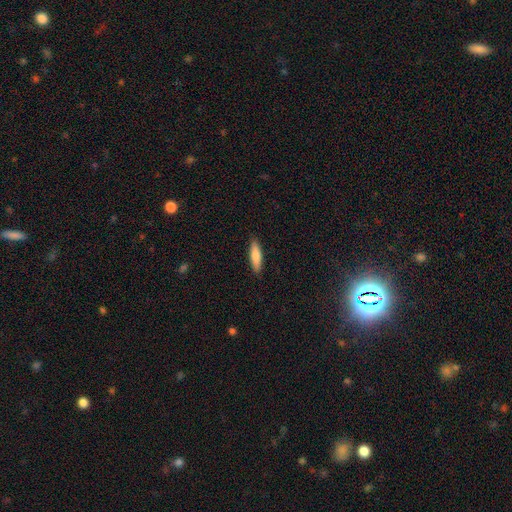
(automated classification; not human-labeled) The model was most divided on "how rounded": cigar-shaped: 66%, in between: 33%, round: 2%. More confident: merging — none (89%); smooth or featured — smooth (81%).